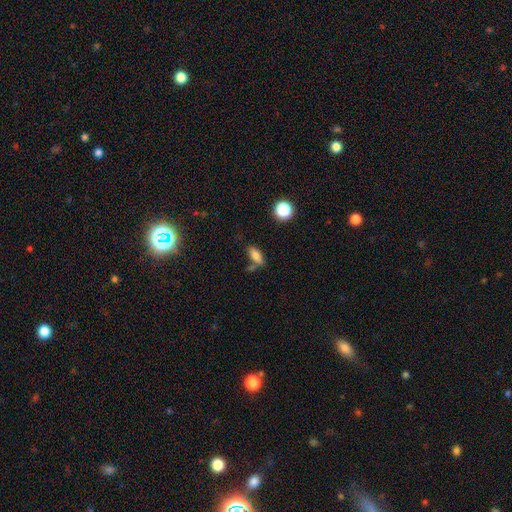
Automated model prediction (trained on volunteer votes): The model was most divided on "merging": none: 57%, merger: 19%, minor disturbance: 17%, major disturbance: 6%. More confident: smooth or featured — smooth (81%); how rounded — in between (77%).